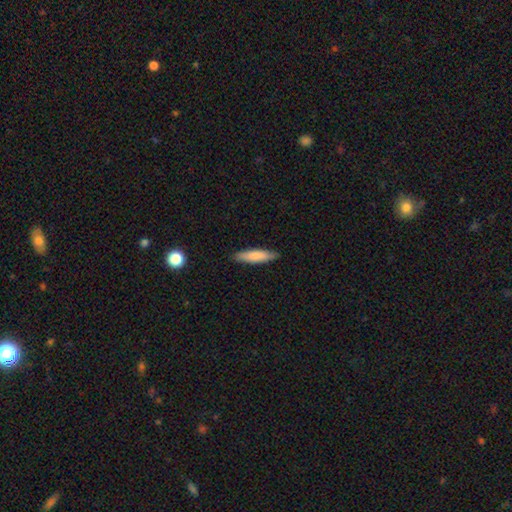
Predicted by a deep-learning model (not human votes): Smooth or featured? smooth (81%)
How rounded? cigar-shaped (71%)
Merging? none (87%)